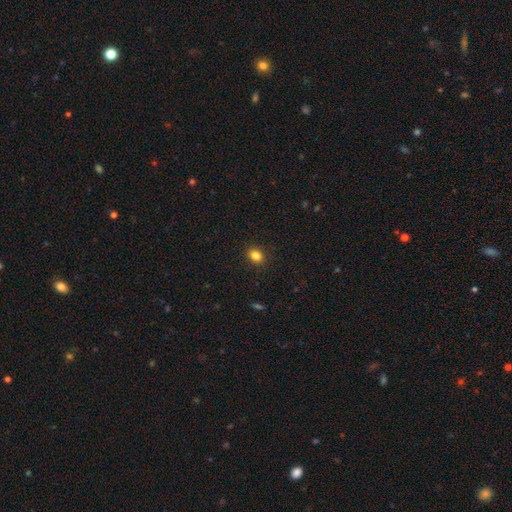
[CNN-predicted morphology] A smooth galaxy with no disk features (84%) that is in between round and cigar-shaped (62%).

Vote fractions:
- Smooth or featured? smooth: 84% / star or artifact: 11% / featured or disk: 5%
- How rounded? in between: 62% / round: 37% / cigar-shaped: 1%
- Merging? none: 90% / minor disturbance: 7% / major disturbance: 2% / merger: 1%